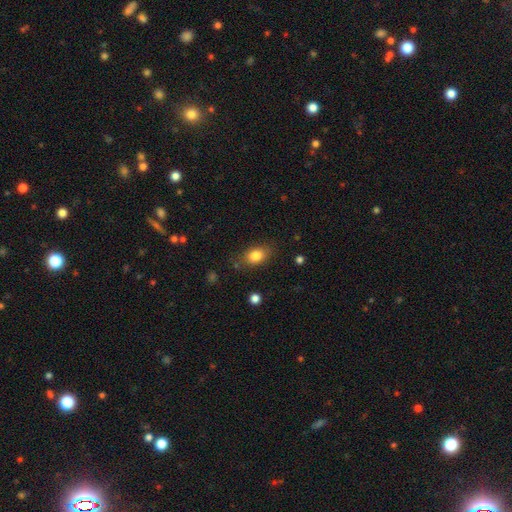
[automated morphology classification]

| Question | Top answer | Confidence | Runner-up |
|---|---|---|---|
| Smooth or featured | smooth | 83% | star or artifact (9%) |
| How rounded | in between | 76% | round (22%) |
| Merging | none | 77% | minor disturbance (16%) |